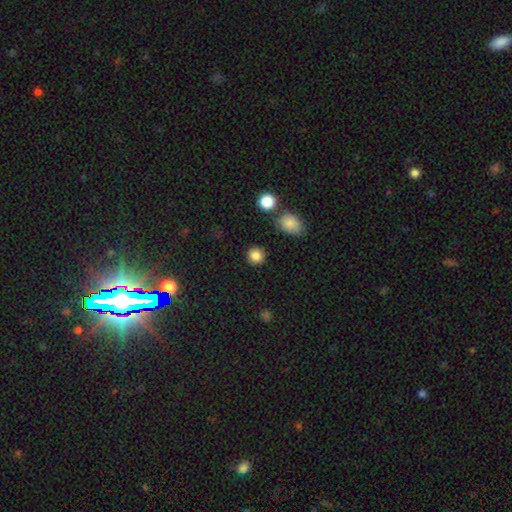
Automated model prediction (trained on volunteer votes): A smooth galaxy with no disk features (85%) that is round (92%).

Vote fractions:
- Smooth or featured? smooth: 85% / star or artifact: 11% / featured or disk: 4%
- How rounded? round: 92% / in between: 7% / cigar-shaped: 1%
- Merging? none: 88% / minor disturbance: 7% / major disturbance: 2% / merger: 2%